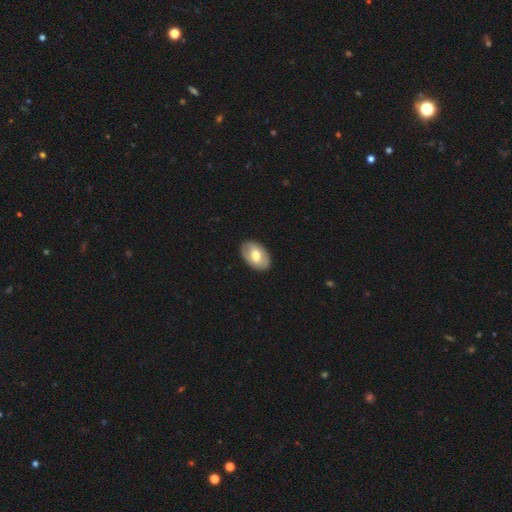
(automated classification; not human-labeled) This is likely a smooth galaxy (61%). How rounded: clearly in between (89%). Merging: clearly none (87%).